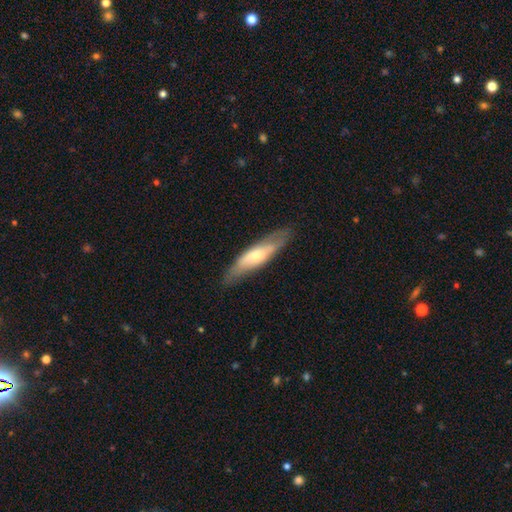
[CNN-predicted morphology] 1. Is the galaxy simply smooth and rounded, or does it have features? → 47% smooth (tied), 47% featured or disk (tied), 6% star or artifact.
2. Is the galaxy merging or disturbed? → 80% none, 15% minor disturbance, 4% major disturbance, 1% merger.